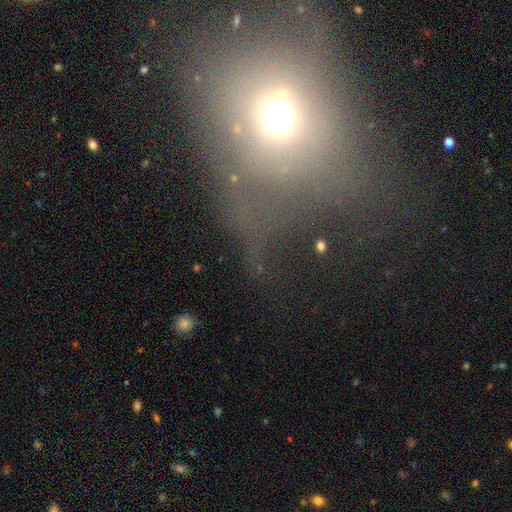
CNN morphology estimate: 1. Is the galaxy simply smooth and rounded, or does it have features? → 44% smooth, 33% star or artifact, 23% featured or disk.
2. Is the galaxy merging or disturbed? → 43% none, 33% major disturbance, 17% minor disturbance, 6% merger.